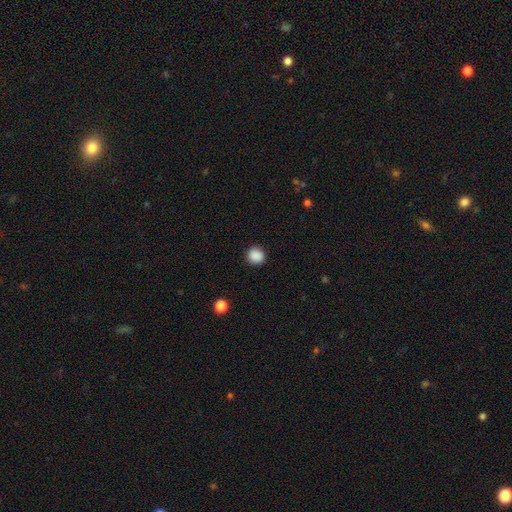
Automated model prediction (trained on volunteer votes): Overall: smooth (88%). How rounded: round (90%). Merging: none (90%).